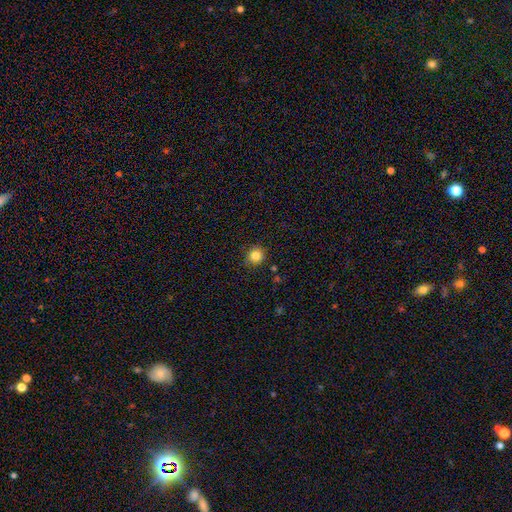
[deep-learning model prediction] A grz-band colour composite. It shows a smooth galaxy with no disk features (84%) that is round (93%). Merging: none (88%).